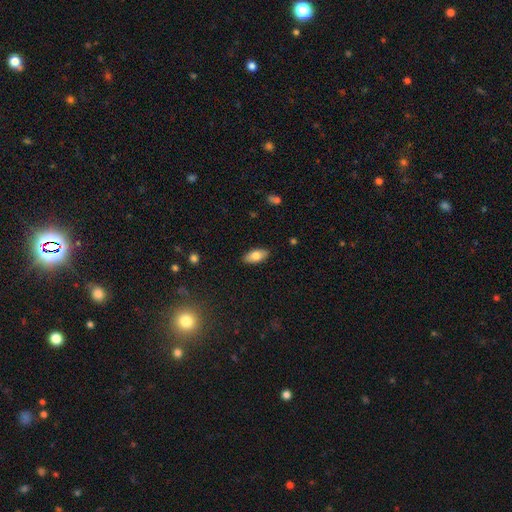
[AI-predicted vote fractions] Smooth or featured? Predicted: smooth (p=0.78). How rounded? Predicted: in between (p=0.89). Merging? Predicted: none (p=0.89).